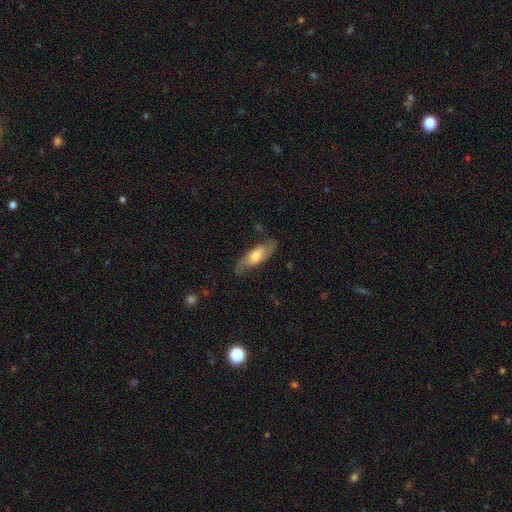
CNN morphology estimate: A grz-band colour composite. It shows a featured or disk galaxy (65%) with no bar (57%), spiral arms (88%) and a moderate central bulge (55%). Merging: none (75%).